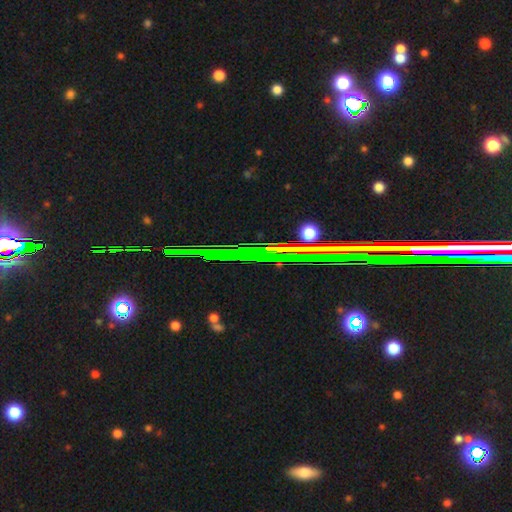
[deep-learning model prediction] smooth_or_featured: star or artifact (p=0.75) [alt: featured or disk p=0.15]